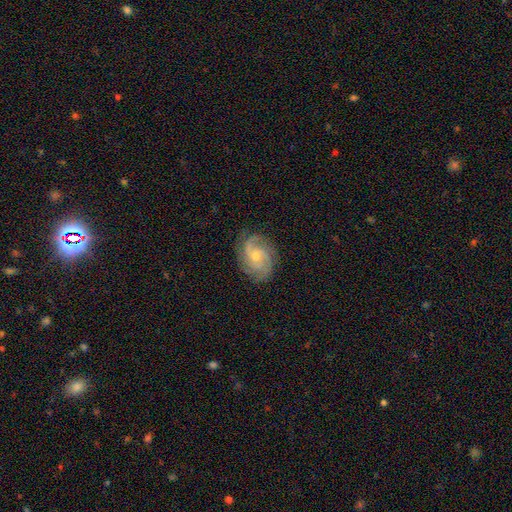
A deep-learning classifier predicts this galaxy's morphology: smooth_or_featured: featured or disk (p=0.82) [alt: smooth p=0.11]
disk_edge_on: no (p=0.97) [alt: yes p=0.03]
bar: no (p=0.65) [alt: weak p=0.30]
has_spiral_arms: yes (p=0.97) [alt: no p=0.03]
spiral_winding: tight (p=0.46) [alt: medium p=0.41]
spiral_arm_count: 3 (p=0.34) [alt: 2 p=0.25]
bulge_size: small (p=0.57) [alt: moderate p=0.39]
merging: none (p=0.80) [alt: minor disturbance p=0.15]